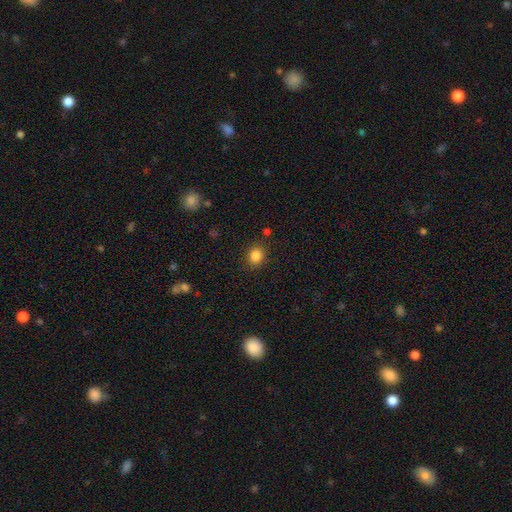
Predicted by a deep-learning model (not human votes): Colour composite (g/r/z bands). It shows a smooth galaxy with no disk features (85%) that is round (69%). Merging: none (86%).